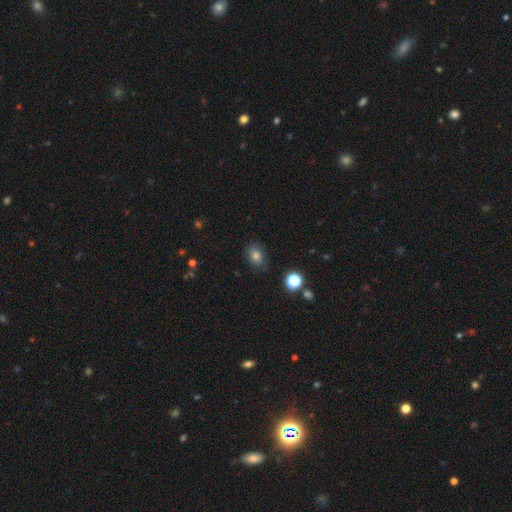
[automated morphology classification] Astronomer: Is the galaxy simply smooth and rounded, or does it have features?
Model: smooth — 79%.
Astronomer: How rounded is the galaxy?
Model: in between — 62%.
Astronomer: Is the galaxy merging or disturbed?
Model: none — 80%.